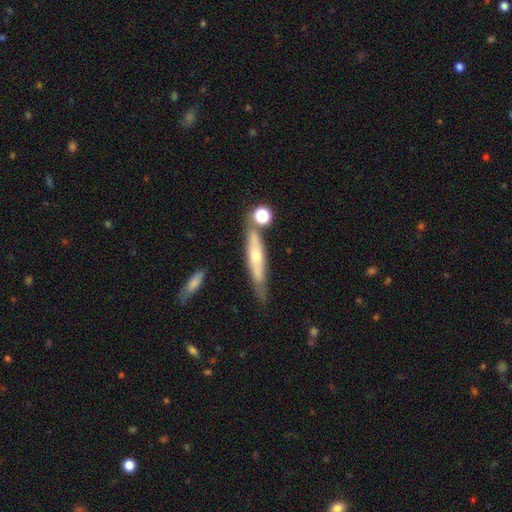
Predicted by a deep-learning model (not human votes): The model was most divided on "smooth or featured": featured or disk: 54%, smooth: 40%, star or artifact: 7%. More confident: edge-on disk — yes (76%); merging — none (65%).